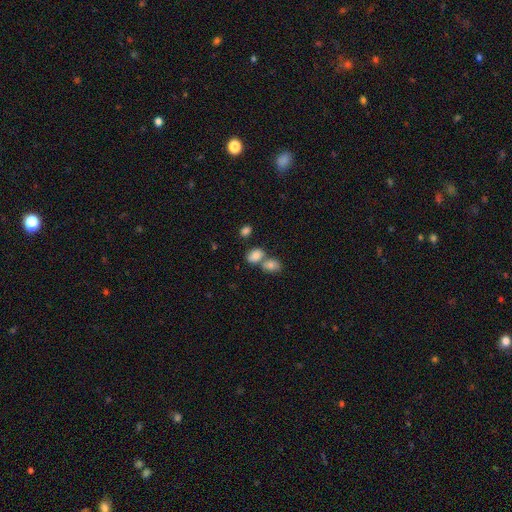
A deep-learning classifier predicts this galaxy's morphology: Smooth or featured?
  - smooth: 82% *
  - star or artifact: 10%
  - featured or disk: 8%
How rounded?
  - in between: 75% *
  - round: 24%
  - cigar-shaped: 1%
Merging?
  - merger: 44% *
  - none: 42%
  - minor disturbance: 10%
  - major disturbance: 4%